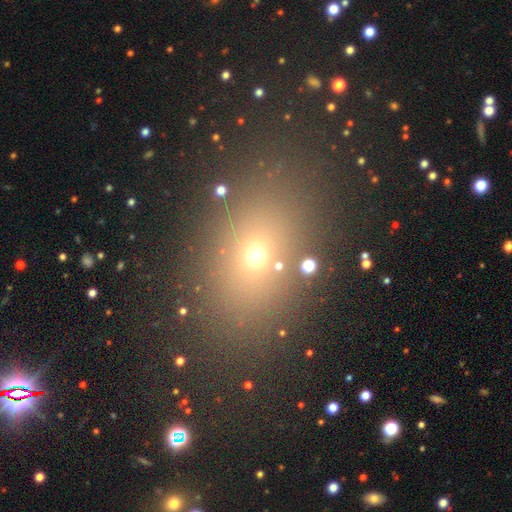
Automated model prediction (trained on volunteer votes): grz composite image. It shows a smooth galaxy with no disk features (63%) that is in between round and cigar-shaped (61%). Merging: none (77%).